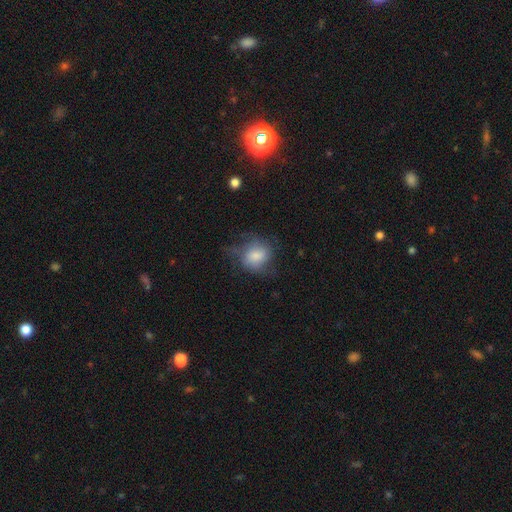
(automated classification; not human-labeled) smooth 65%, featured or disk 27%, star or artifact 9%. Down the decision tree: how rounded — round (68%); merging — none (46%).